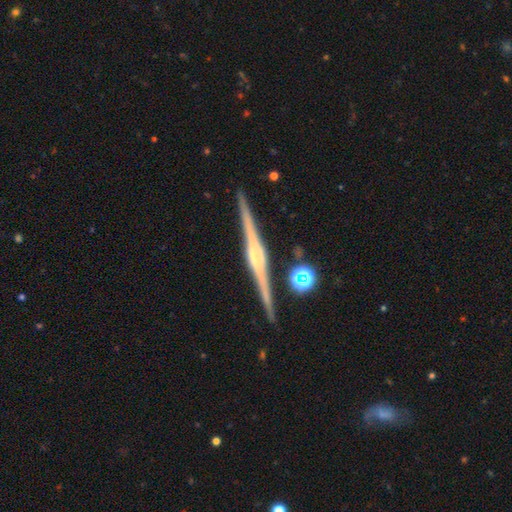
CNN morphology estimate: Smooth or featured? Predicted: featured or disk (p=0.86). Edge-on disk? Predicted: yes (p=0.98). Edge-on bulge? Predicted: rounded (p=0.45). Merging? Predicted: none (p=0.89).